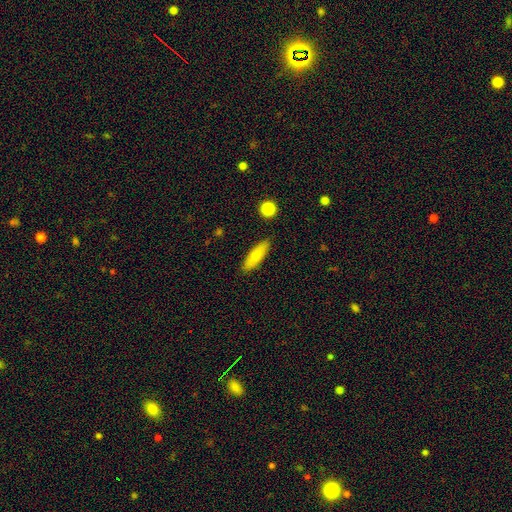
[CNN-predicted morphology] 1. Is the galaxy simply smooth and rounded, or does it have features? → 73% smooth, 21% featured or disk, 7% star or artifact.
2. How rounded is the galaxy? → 49% in between (tied), 49% cigar-shaped (tied), 3% round.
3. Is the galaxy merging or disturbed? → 86% none, 10% minor disturbance, 2% major disturbance, 2% merger.